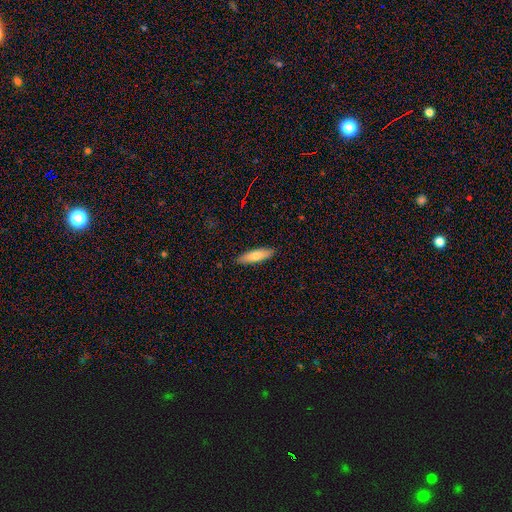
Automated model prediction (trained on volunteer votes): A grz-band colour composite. It shows a smooth galaxy with no disk features (74%) that is cigar-shaped (62%). Merging: none (89%).